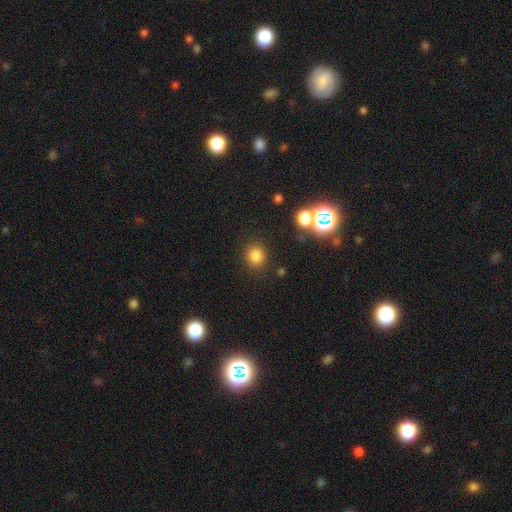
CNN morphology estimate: smooth_or_featured: smooth (p=0.80) [alt: star or artifact p=0.15]
how_rounded: round (p=0.84) [alt: in between p=0.15]
merging: none (p=0.86) [alt: minor disturbance p=0.07]